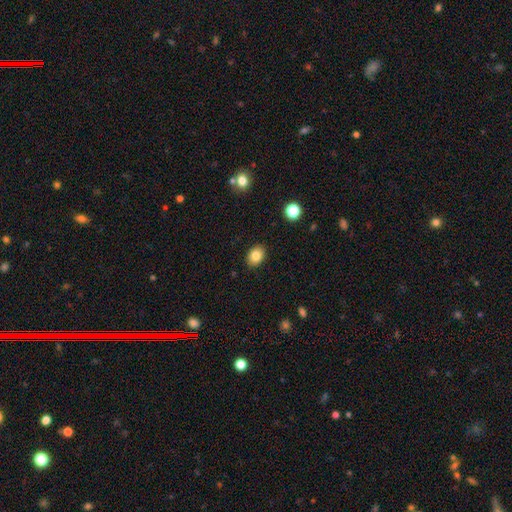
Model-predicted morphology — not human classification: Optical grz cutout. It shows a smooth galaxy with no disk features (83%) that is in between round and cigar-shaped (67%). Merging: none (89%).